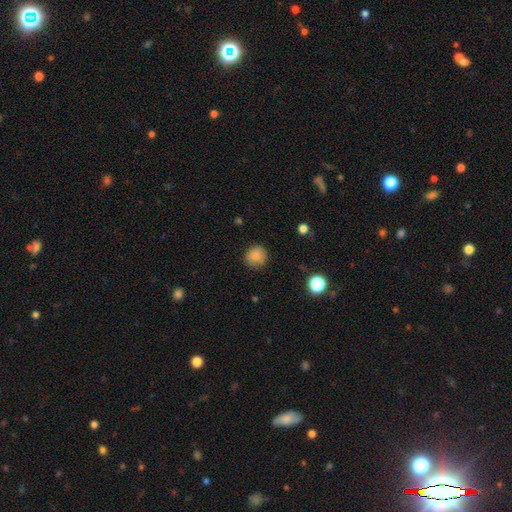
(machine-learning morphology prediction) smooth_or_featured: smooth (p=0.85) [alt: star or artifact p=0.10]
how_rounded: round (p=0.90) [alt: in between p=0.09]
merging: none (p=0.84) [alt: minor disturbance p=0.12]